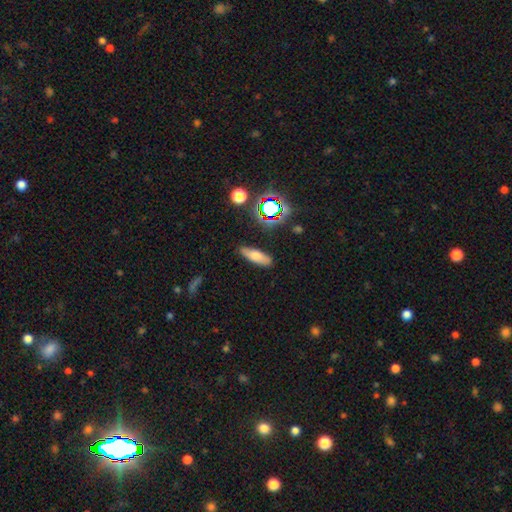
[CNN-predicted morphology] Overall: smooth (66%). How rounded: in between (49%; cigar-shaped 47%). Merging: none (84%).